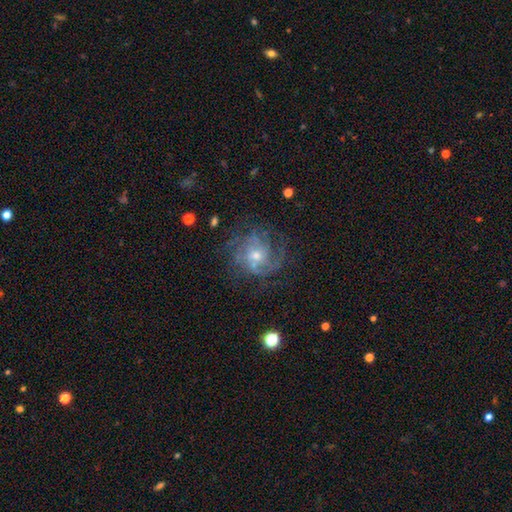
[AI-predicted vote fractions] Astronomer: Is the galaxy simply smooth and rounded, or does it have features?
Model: featured or disk — 76%.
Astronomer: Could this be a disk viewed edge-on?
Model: no — 98%.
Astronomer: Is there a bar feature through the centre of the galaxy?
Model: no — 71%.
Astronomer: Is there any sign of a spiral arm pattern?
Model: yes — 89%.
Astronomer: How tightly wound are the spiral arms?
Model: tight — 46% (runner-up: medium, 39%).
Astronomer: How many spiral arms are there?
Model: can't tell — 41% (runner-up: 3, 20%).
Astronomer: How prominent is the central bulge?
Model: moderate — 51% (runner-up: small, 43%).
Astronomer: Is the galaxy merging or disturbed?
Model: none — 67%.